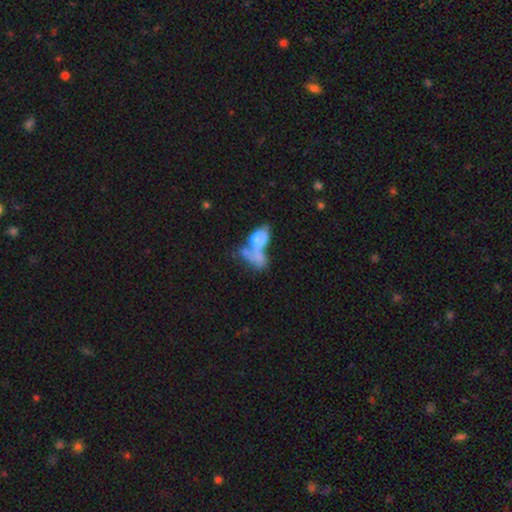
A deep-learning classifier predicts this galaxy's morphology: type=smooth (58%); roundness=in between (79%); merging=merger (67%).